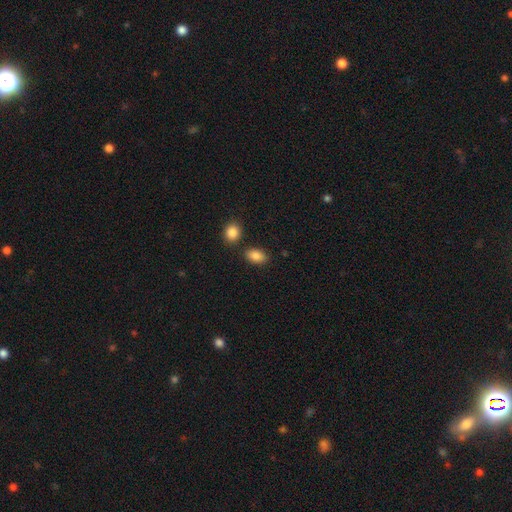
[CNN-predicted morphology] smooth_or_featured: smooth (p=0.88) [alt: star or artifact p=0.08]
how_rounded: in between (p=0.87) [alt: round p=0.11]
merging: none (p=0.80) [alt: minor disturbance p=0.10]